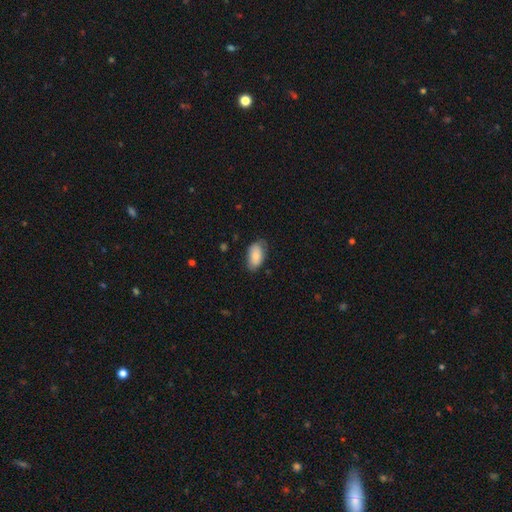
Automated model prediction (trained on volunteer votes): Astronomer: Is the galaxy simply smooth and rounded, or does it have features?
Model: smooth — 79%.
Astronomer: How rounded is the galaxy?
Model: in between — 93%.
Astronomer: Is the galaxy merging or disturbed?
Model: none — 72%.